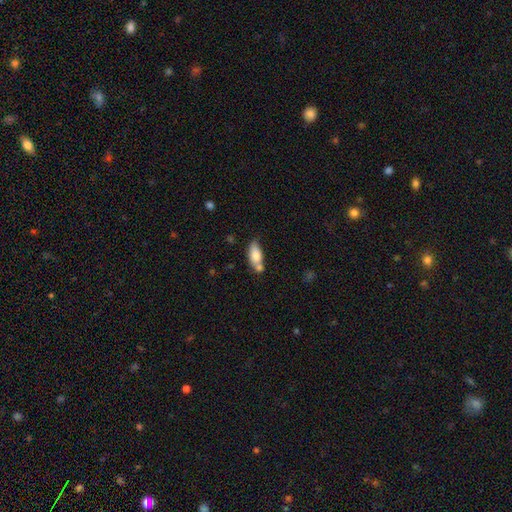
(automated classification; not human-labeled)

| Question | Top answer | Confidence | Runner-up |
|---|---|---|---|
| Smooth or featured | smooth | 78% | featured or disk (15%) |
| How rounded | in between | 83% | cigar-shaped (13%) |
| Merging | none | 45% | merger (30%) |